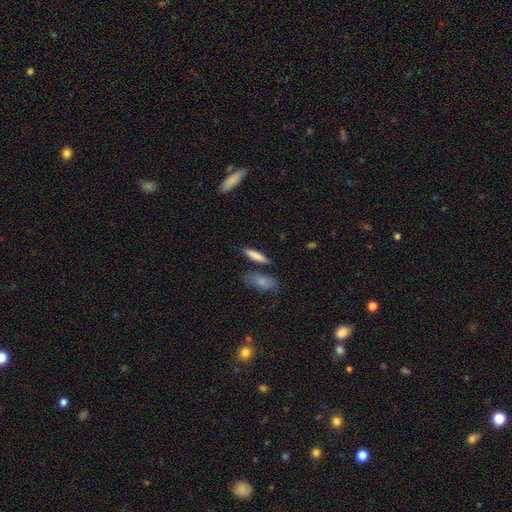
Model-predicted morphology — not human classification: Q: Smooth or featured?
A: smooth (80%); runner-up: featured or disk (14%)
Q: How rounded?
A: cigar-shaped (75%); runner-up: in between (23%)
Q: Merging?
A: none (77%); runner-up: minor disturbance (12%)